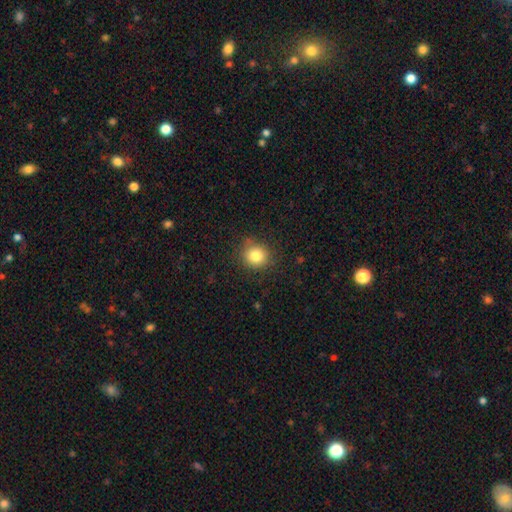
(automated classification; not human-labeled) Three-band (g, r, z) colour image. It shows a smooth galaxy with no disk features (82%) that is round (84%). Merging: none (85%).